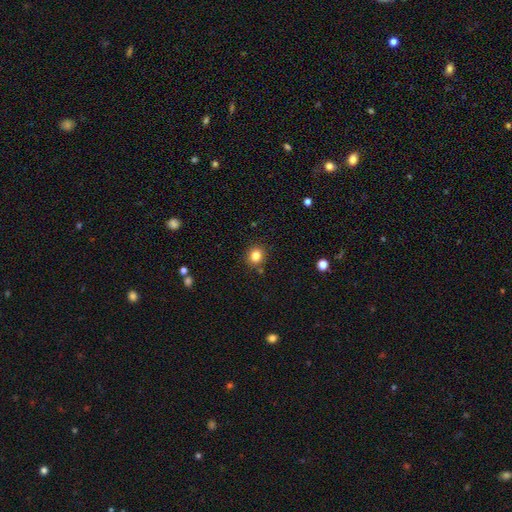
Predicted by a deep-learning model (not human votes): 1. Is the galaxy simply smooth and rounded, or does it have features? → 83% smooth, 12% star or artifact, 5% featured or disk.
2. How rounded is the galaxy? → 82% round, 17% in between, 1% cigar-shaped.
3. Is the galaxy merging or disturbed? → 87% none, 8% minor disturbance, 3% merger, 2% major disturbance.